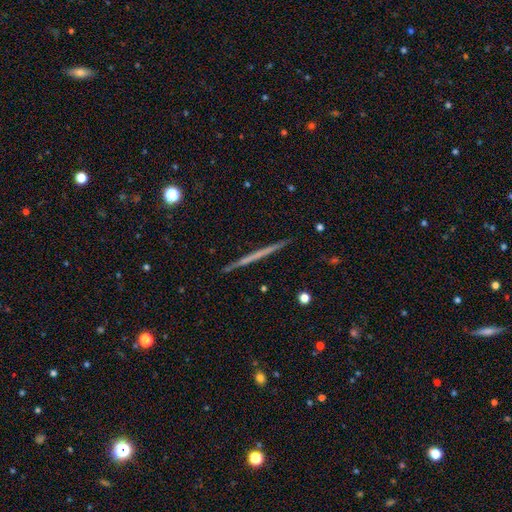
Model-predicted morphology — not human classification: This appears to be a featured or disk galaxy (56%) viewed edge-on (98%) with no central bulge (93%). Merging: none (92%).